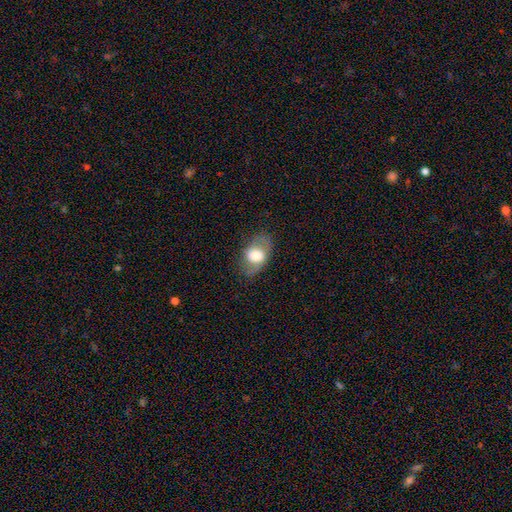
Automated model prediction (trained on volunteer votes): This appears to be a smooth galaxy with no disk features (54%) that is in between round and cigar-shaped (78%). Merging: none (73%).